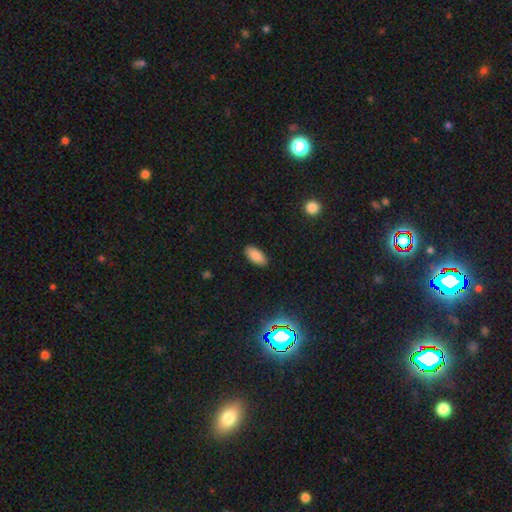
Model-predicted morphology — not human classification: Smooth or featured?
  - smooth: 86% *
  - star or artifact: 9%
  - featured or disk: 5%
How rounded?
  - in between: 90% *
  - cigar-shaped: 7%
  - round: 2%
Merging?
  - none: 90% *
  - minor disturbance: 8%
  - major disturbance: 2%
  - merger: 1%